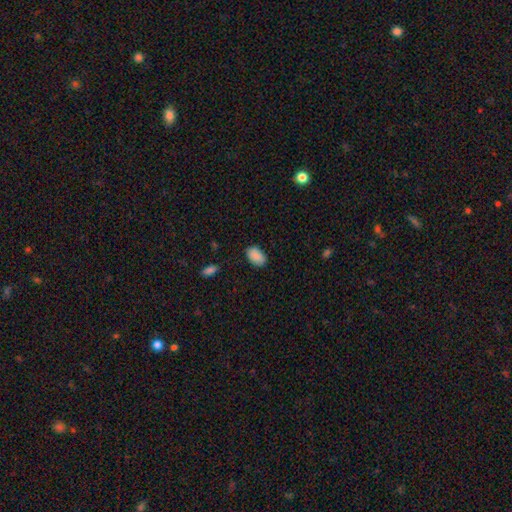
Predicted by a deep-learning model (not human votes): This is clearly a smooth galaxy (89%). How rounded: clearly in between (91%). Merging: clearly none (84%).